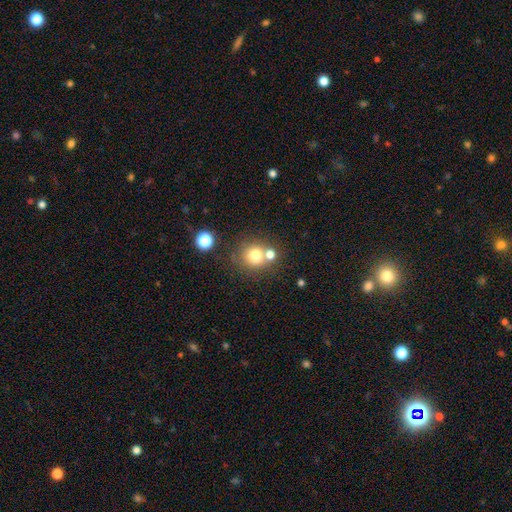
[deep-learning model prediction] A smooth galaxy with no disk features (74%) that is round (88%).

Vote fractions:
- Smooth or featured? smooth: 74% / star or artifact: 14% / featured or disk: 12%
- How rounded? round: 88% / in between: 11% / cigar-shaped: 1%
- Merging? none: 60% / merger: 27% / minor disturbance: 9% / major disturbance: 4%